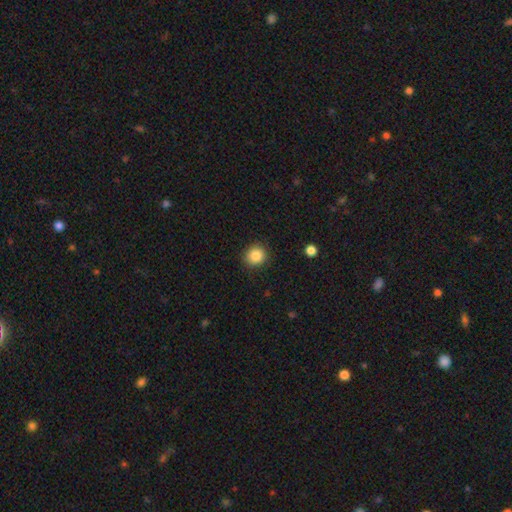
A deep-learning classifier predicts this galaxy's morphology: Overall: smooth (86%). How rounded: round (88%). Merging: none (89%).